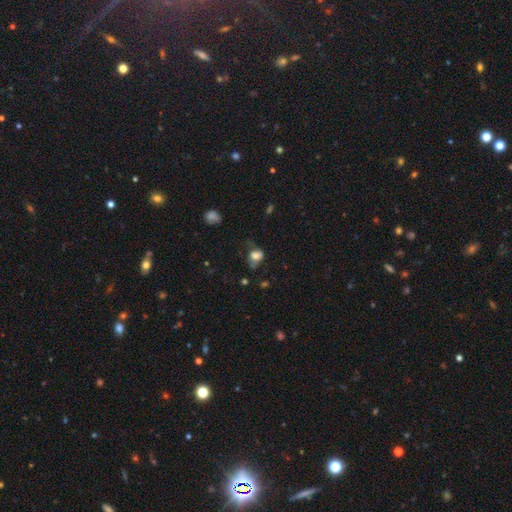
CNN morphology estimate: A smooth galaxy with no disk features (70%) that is in between round and cigar-shaped (60%). Merging: none (35%).